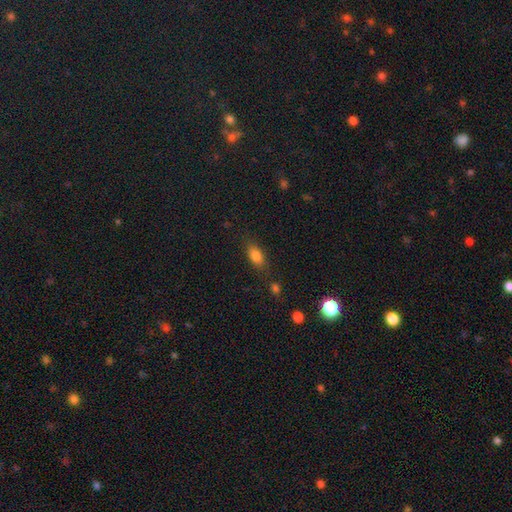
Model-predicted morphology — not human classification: A smooth galaxy with no disk features (81%) that is in between round and cigar-shaped (83%). Merging: none (77%).